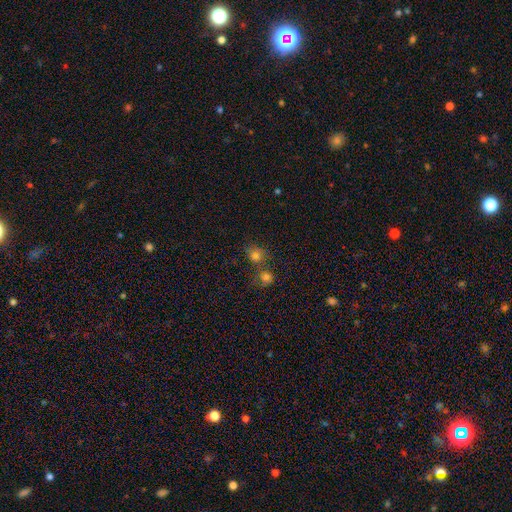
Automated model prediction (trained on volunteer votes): A smooth galaxy with no disk features (73%) that is round (75%).

Vote fractions:
- Smooth or featured? smooth: 73% / star or artifact: 18% / featured or disk: 9%
- How rounded? round: 75% / in between: 24% / cigar-shaped: 1%
- Merging? none: 50% / merger: 34% / minor disturbance: 11% / major disturbance: 5%